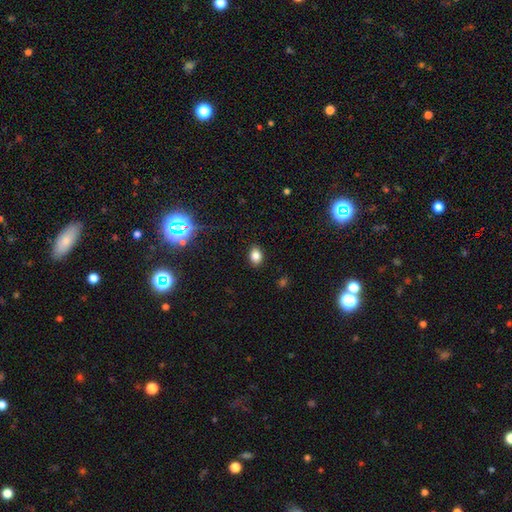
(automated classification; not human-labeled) Smooth or featured? Predicted: smooth (p=0.81). How rounded? Predicted: in between (p=0.74). Merging? Predicted: none (p=0.88).